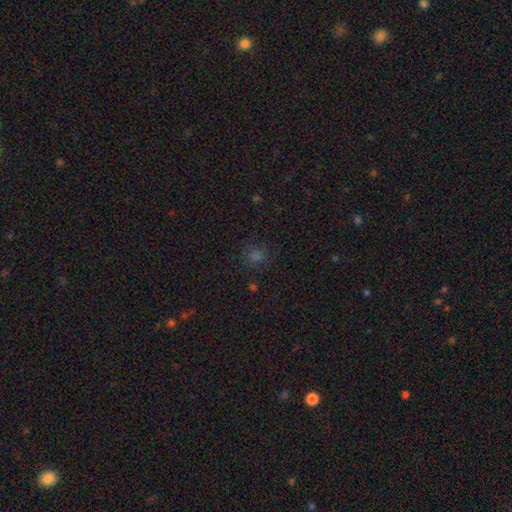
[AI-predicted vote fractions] smooth 61%, star or artifact 33%, featured or disk 6%. Down the decision tree: how rounded — round (86%); merging — none (84%).